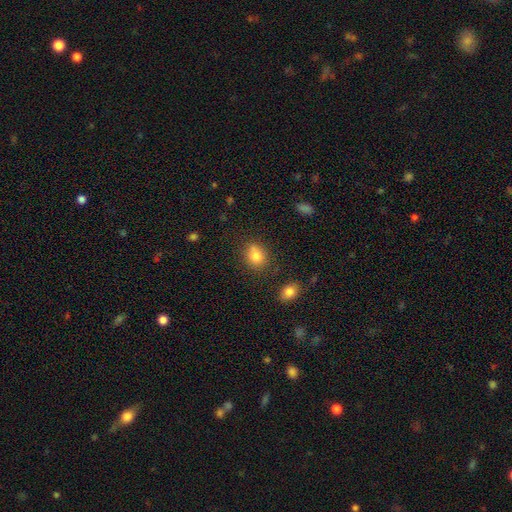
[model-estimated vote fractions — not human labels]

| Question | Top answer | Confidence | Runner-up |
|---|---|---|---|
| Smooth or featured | smooth | 81% | star or artifact (11%) |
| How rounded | round | 51% | in between (47%) |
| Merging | none | 69% | minor disturbance (18%) |